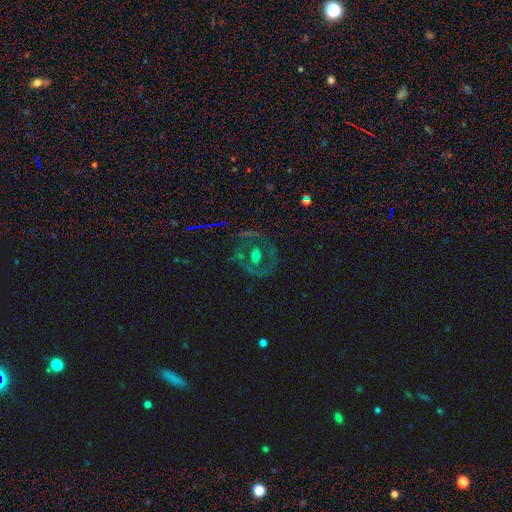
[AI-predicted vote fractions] Overall: featured or disk (61%; smooth 26%). Edge-on disk: no (95%). Bar: no (67%). Spiral arms: no (67%; yes 33%). Bulge size: moderate (62%). Merging: none (67%).